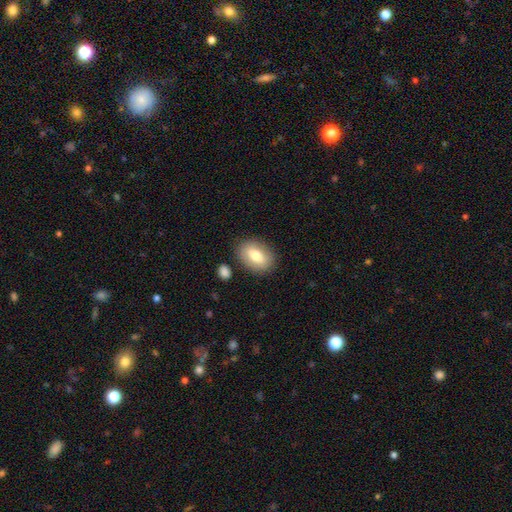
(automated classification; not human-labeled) Smooth or featured? Predicted: smooth (p=0.74). How rounded? Predicted: in between (p=0.80). Merging? Predicted: none (p=0.82).